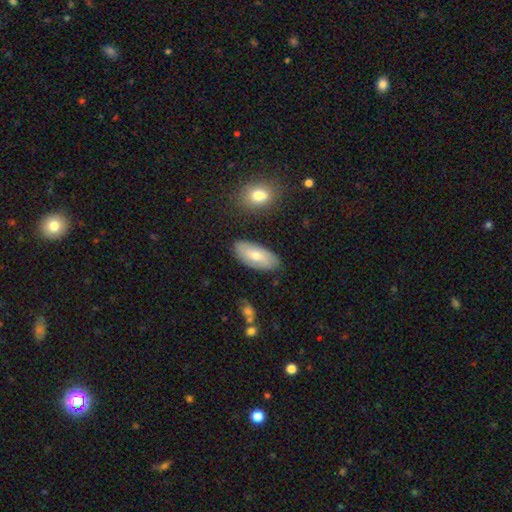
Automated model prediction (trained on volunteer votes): Overall: smooth (58%; featured or disk 35%). How rounded: in between (89%). Merging: none (82%).